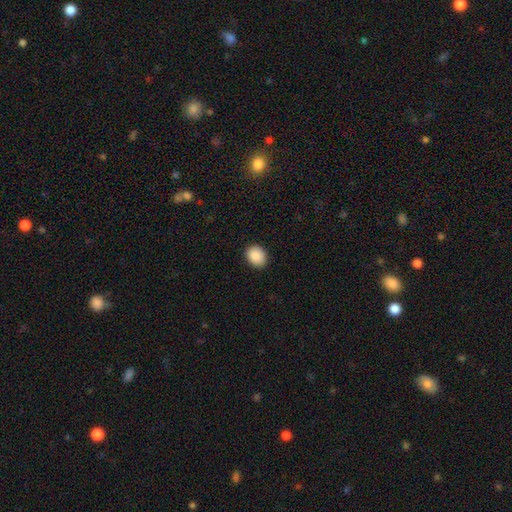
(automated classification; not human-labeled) Smooth or featured?
  - smooth: 90% *
  - star or artifact: 8%
  - featured or disk: 2%
How rounded?
  - round: 54% *
  - in between: 45%
  - cigar-shaped: 1%
Merging?
  - none: 89% *
  - minor disturbance: 8%
  - major disturbance: 2%
  - merger: 1%